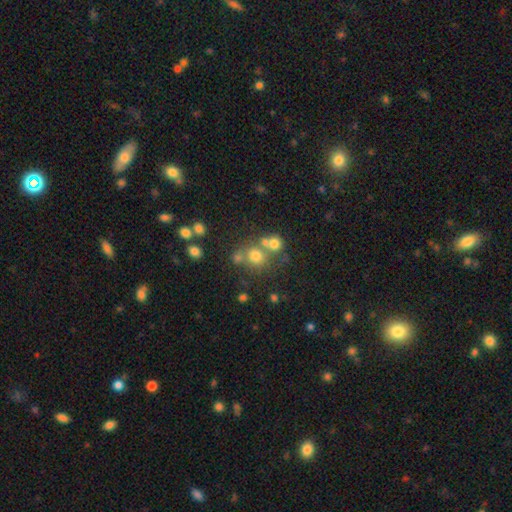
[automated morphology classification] smooth-or-featured: smooth: 66% | star or artifact: 20% | featured or disk: 14%
  how-rounded: round: 84% | in between: 15% | cigar-shaped: 1%
  merging: none: 55% | merger: 31% | minor disturbance: 9% | major disturbance: 5%